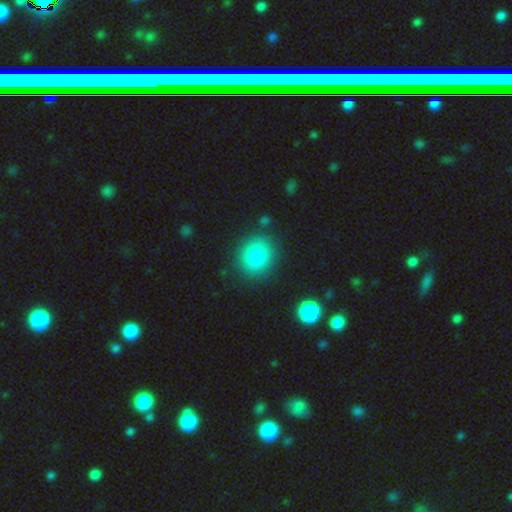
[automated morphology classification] Smooth or featured: smooth — 83% (star or artifact — 10%)
How rounded: round — 80% (in between — 19%)
Merging: none — 86% (minor disturbance — 8%)